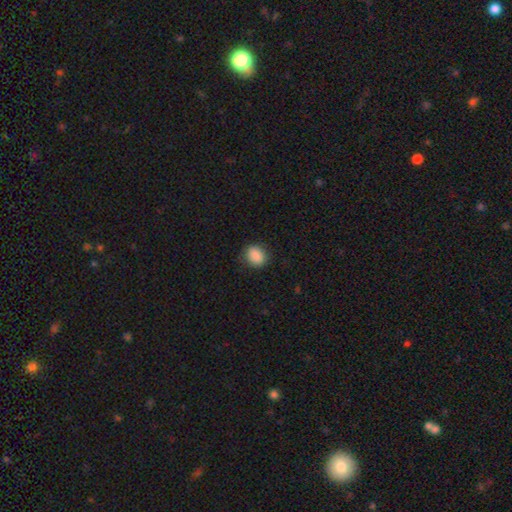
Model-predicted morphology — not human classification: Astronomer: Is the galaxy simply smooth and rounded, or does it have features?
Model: smooth — 88%.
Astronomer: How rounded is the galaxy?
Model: round — 57% (runner-up: in between, 42%).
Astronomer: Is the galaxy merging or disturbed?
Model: none — 85%.